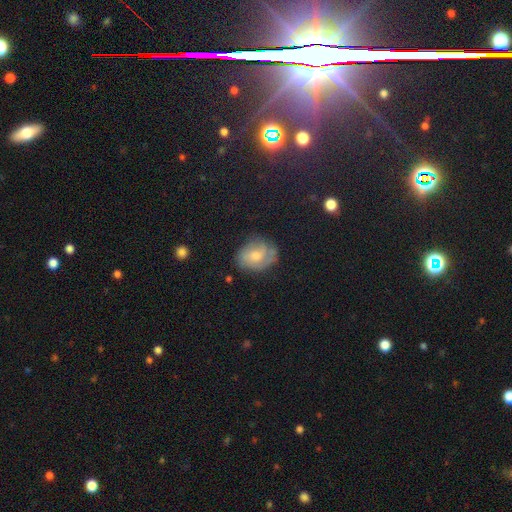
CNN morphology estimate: smooth_or_featured: featured or disk (p=0.47) [alt: smooth p=0.43]
merging: none (p=0.61) [alt: minor disturbance p=0.26]